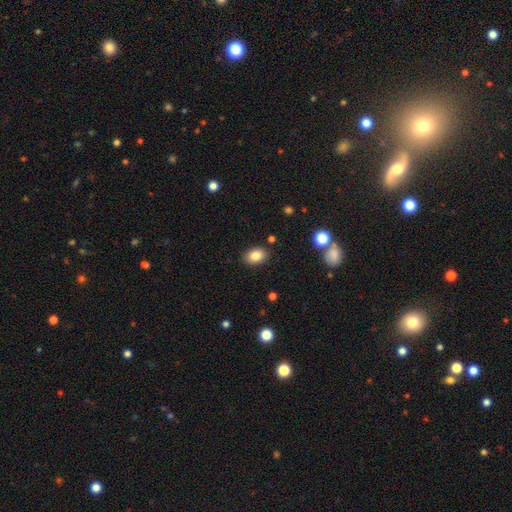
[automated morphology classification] A smooth galaxy with no disk features (85%) that is in between round and cigar-shaped (82%). Merging: none (87%).